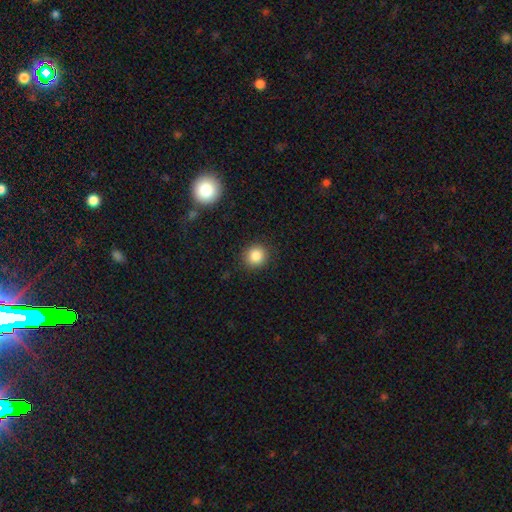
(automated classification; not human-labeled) This is clearly a smooth galaxy (86%). How rounded: clearly round (89%). Merging: clearly none (90%).